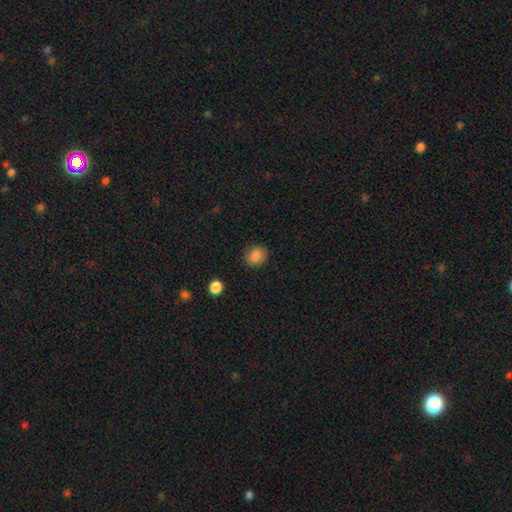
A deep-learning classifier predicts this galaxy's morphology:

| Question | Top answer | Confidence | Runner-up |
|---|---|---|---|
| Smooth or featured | smooth | 84% | star or artifact (9%) |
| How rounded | round | 71% | in between (28%) |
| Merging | none | 84% | minor disturbance (11%) |